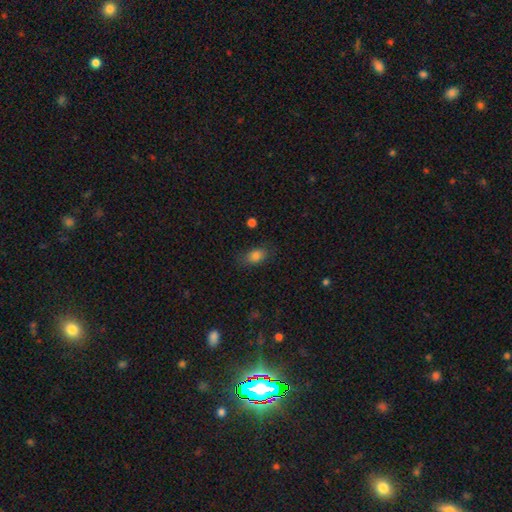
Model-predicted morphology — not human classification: Smooth or featured?
  - smooth: 82% *
  - star or artifact: 11%
  - featured or disk: 7%
How rounded?
  - in between: 83% *
  - round: 14%
  - cigar-shaped: 3%
Merging?
  - none: 74% *
  - minor disturbance: 19%
  - major disturbance: 5%
  - merger: 2%